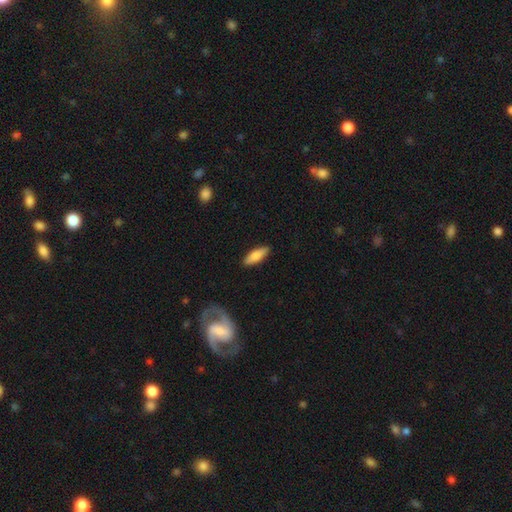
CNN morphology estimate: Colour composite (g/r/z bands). It shows a smooth galaxy with no disk features (76%) that is in between round and cigar-shaped (59%). Merging: none (88%).